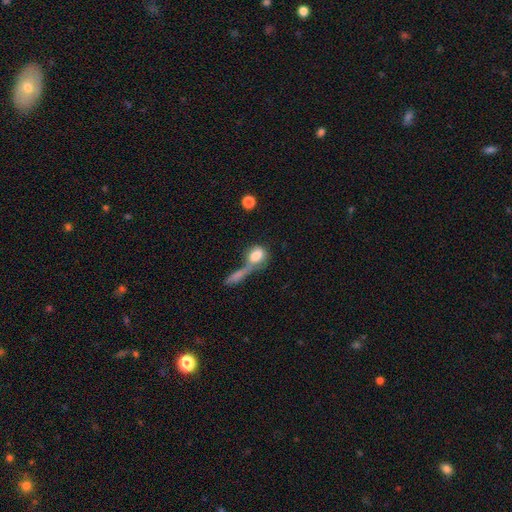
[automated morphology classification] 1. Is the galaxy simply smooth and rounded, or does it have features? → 76% smooth, 16% featured or disk, 8% star or artifact.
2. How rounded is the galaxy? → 55% in between, 37% round, 8% cigar-shaped.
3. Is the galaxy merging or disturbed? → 51% merger, 23% none, 15% major disturbance, 10% minor disturbance.